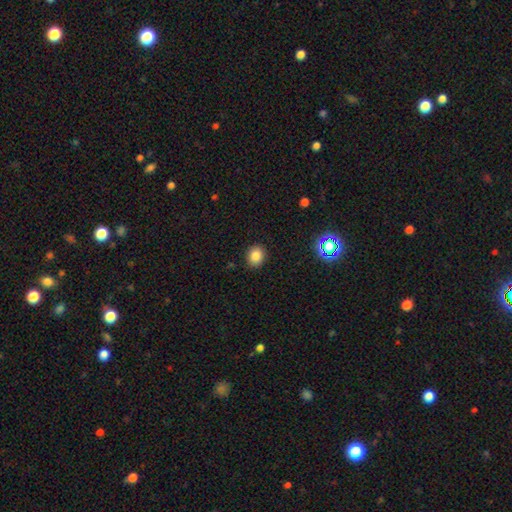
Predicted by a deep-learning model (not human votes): A smooth galaxy with no disk features (83%) that is round (62%). Merging: none (89%).